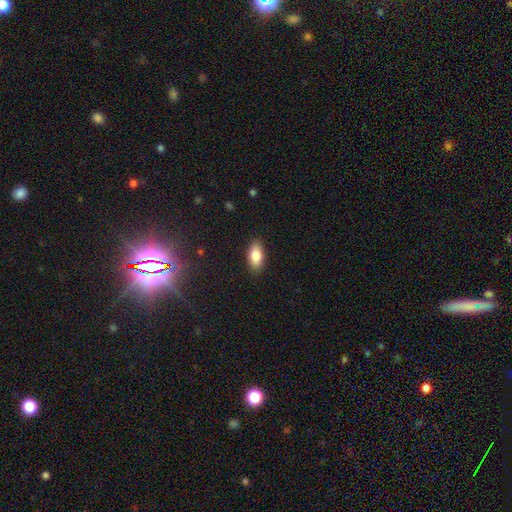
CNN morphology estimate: smooth_or_featured: smooth (p=0.82) [alt: featured or disk p=0.10]
how_rounded: in between (p=0.91) [alt: cigar-shaped p=0.05]
merging: none (p=0.88) [alt: minor disturbance p=0.09]